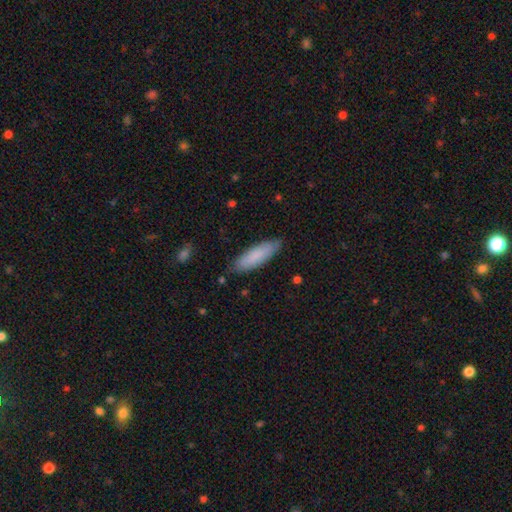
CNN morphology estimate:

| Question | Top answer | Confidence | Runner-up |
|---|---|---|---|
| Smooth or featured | smooth | 85% | featured or disk (10%) |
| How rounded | cigar-shaped | 54% | in between (44%) |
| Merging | none | 84% | minor disturbance (12%) |